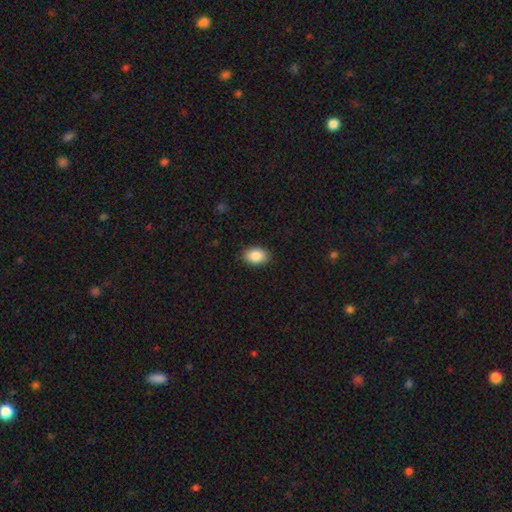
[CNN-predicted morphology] Smooth or featured? smooth (87%)
How rounded? in between (82%)
Merging? none (89%)